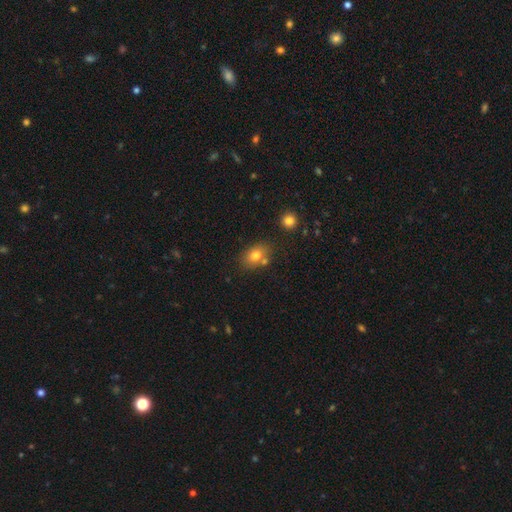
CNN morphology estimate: This is likely a smooth galaxy (77%). How rounded: likely in between (70%). Merging: likely none (66%).